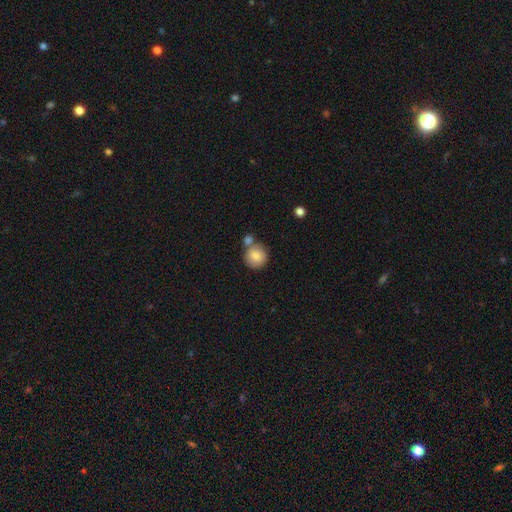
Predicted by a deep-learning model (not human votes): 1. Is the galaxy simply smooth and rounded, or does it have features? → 84% smooth, 9% featured or disk, 8% star or artifact.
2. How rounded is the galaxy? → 90% round, 9% in between, 1% cigar-shaped.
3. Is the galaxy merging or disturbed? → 55% none, 31% merger, 10% minor disturbance, 3% major disturbance.